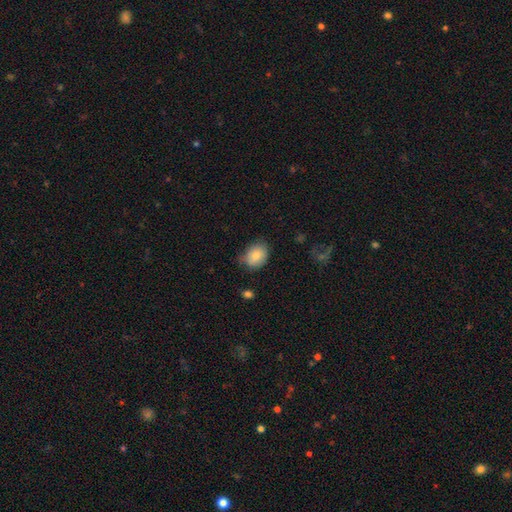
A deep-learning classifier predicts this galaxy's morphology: type=smooth (82%); roundness=in between (61%); merging=none (65%).